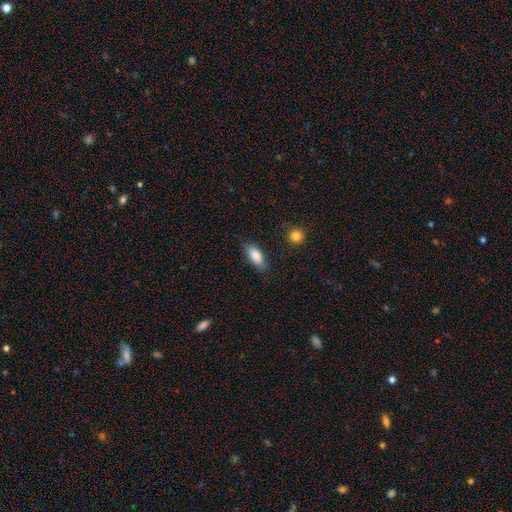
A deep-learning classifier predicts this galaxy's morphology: Smooth or featured?
  - smooth: 86% *
  - featured or disk: 8%
  - star or artifact: 6%
How rounded?
  - in between: 85% *
  - cigar-shaped: 13%
  - round: 2%
Merging?
  - none: 80% *
  - minor disturbance: 15%
  - major disturbance: 3%
  - merger: 2%